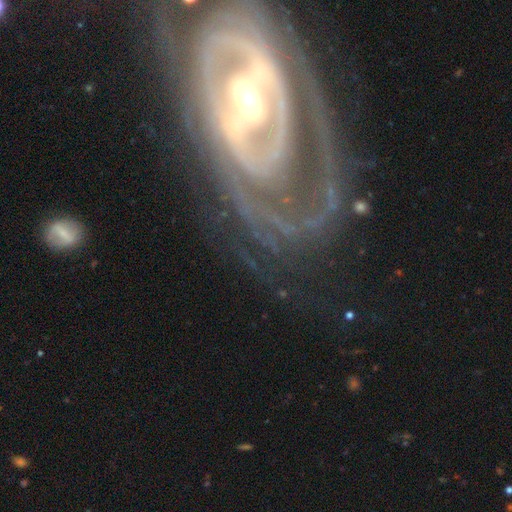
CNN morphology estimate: This appears to be a featured or disk galaxy (85%) with a strong bar (47%), 2 (37%) tight (62%) spiral arms (83%) and a moderate central bulge (55%). Merging: none (65%).